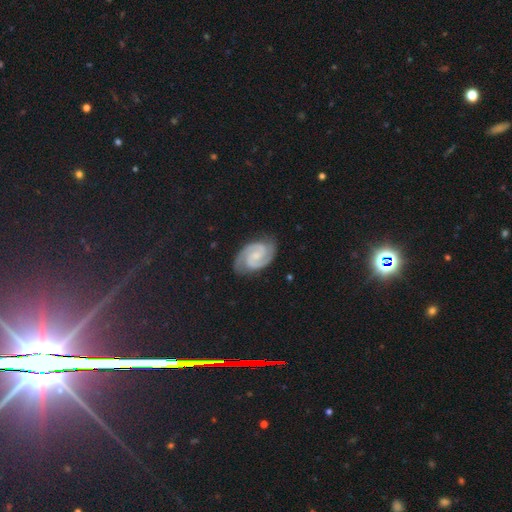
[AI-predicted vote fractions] A featured or disk galaxy (92%) with no bar (44%), 2 (94%) tight (49%) spiral arms (99%) and a small central bulge (45%). Merging: none (84%).